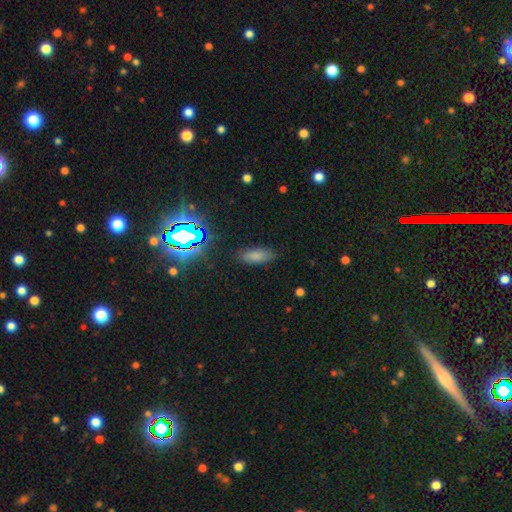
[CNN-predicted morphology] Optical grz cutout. It shows a smooth galaxy with no disk features (75%) that is in between round and cigar-shaped (76%). Merging: none (84%).